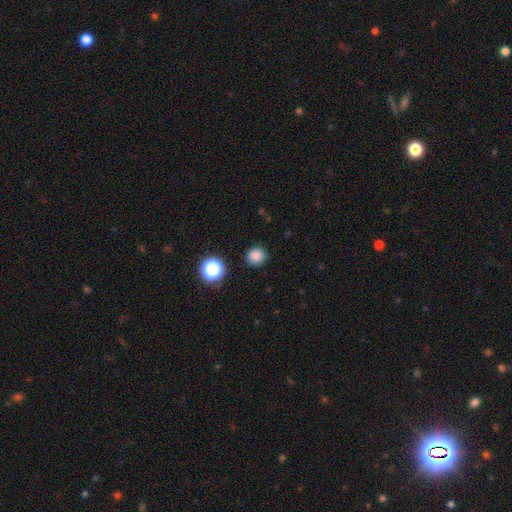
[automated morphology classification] This is clearly a smooth galaxy (83%). How rounded: clearly round (87%). Merging: clearly none (89%).